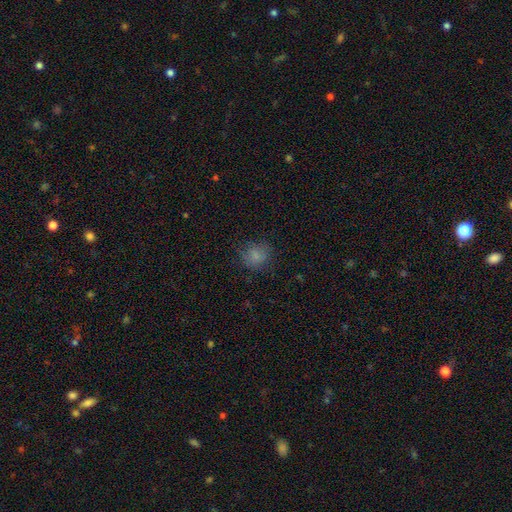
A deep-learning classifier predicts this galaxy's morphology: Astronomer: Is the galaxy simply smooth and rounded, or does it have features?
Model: smooth — 80%.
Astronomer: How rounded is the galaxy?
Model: round — 80%.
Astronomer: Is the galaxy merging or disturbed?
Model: none — 74%.